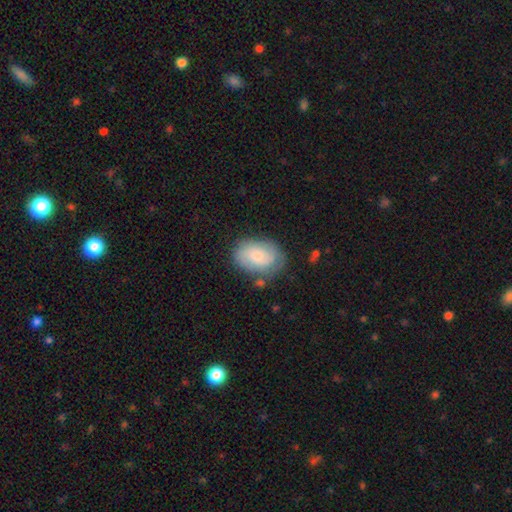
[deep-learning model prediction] This is possibly a smooth galaxy (55%). How rounded: clearly in between (80%). Merging: likely none (67%).